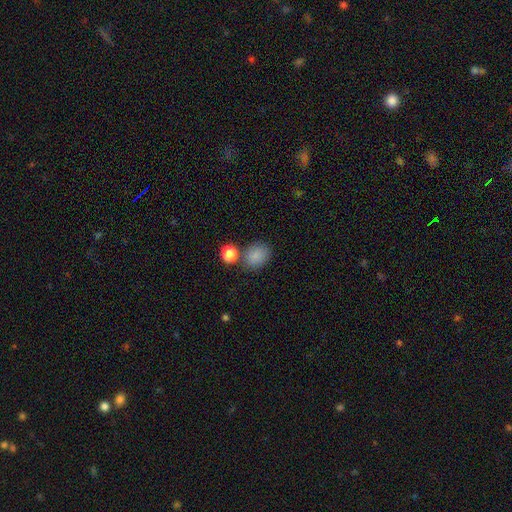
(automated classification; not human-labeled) Smooth or featured? Predicted: smooth (p=0.84). How rounded? Predicted: round (p=0.52). Merging? Predicted: none (p=0.72).